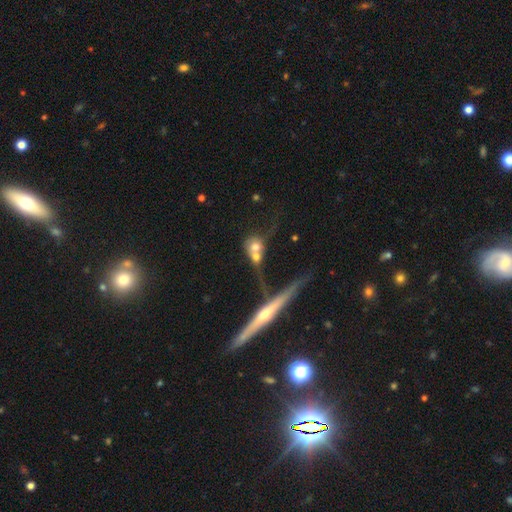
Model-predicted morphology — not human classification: A smooth galaxy with no disk features (57%) that is round (69%).

Vote fractions:
- Smooth or featured? smooth: 57% / featured or disk: 32% / star or artifact: 11%
- How rounded? round: 69% / in between: 23% / cigar-shaped: 8%
- Merging? merger: 58% / none: 23% / major disturbance: 11% / minor disturbance: 8%